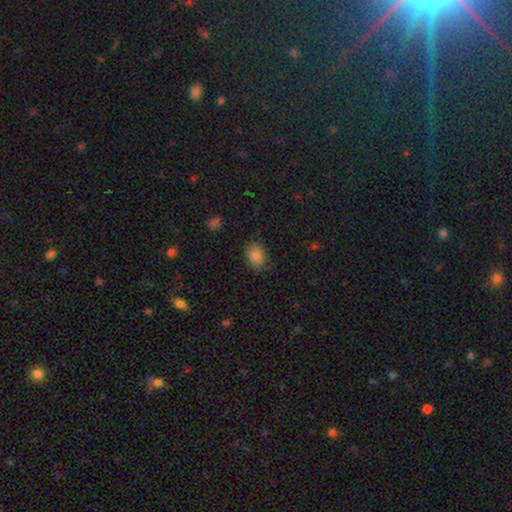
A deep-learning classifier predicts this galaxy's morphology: Smooth or featured? Predicted: smooth (p=0.85). How rounded? Predicted: in between (p=0.61). Merging? Predicted: none (p=0.79).